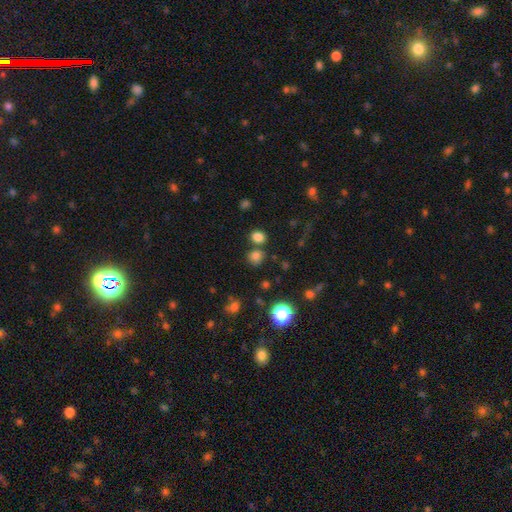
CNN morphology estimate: A smooth galaxy with no disk features (76%) that is round (78%). Merging: none (72%).